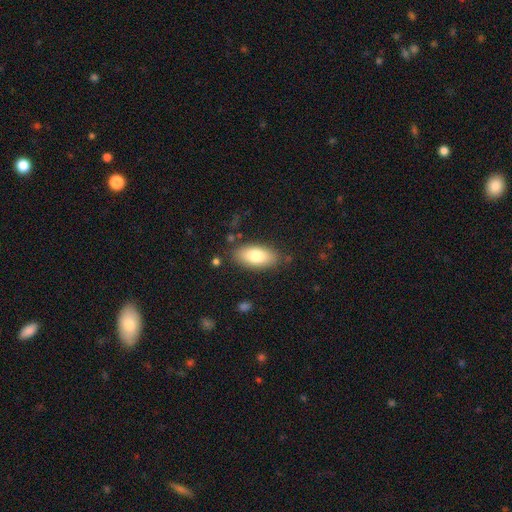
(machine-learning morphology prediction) Smooth or featured? Predicted: smooth (p=0.81). How rounded? Predicted: in between (p=0.91). Merging? Predicted: none (p=0.83).